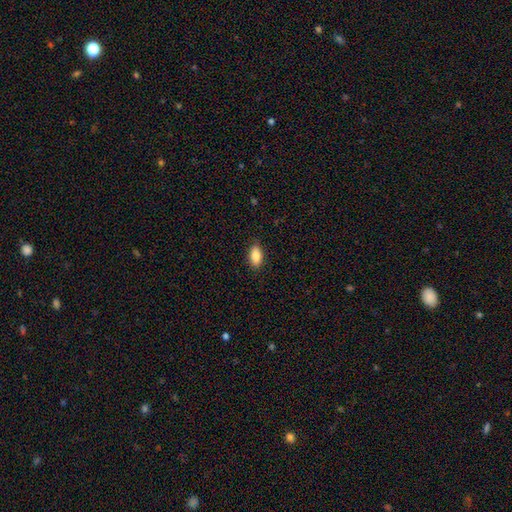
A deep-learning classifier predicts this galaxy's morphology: smooth-or-featured: smooth: 87% | star or artifact: 7% | featured or disk: 6%
  how-rounded: in between: 91% | cigar-shaped: 5% | round: 4%
  merging: none: 88% | minor disturbance: 9% | major disturbance: 2% | merger: 1%